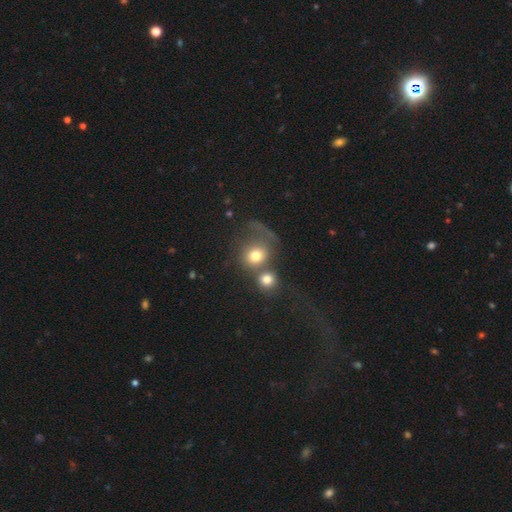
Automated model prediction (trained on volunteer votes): Smooth or featured? Predicted: smooth (p=0.71). How rounded? Predicted: round (p=0.78). Merging? Predicted: merger (p=0.49).